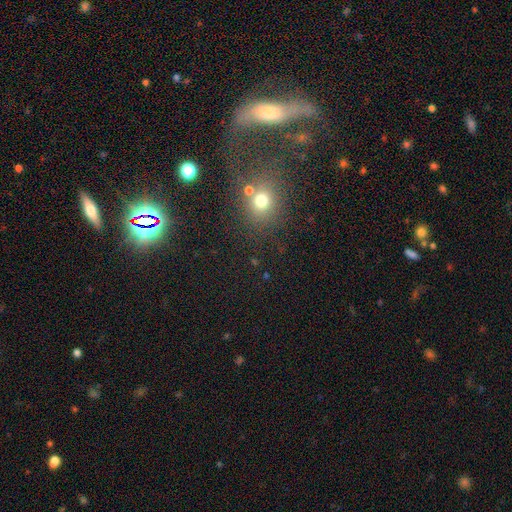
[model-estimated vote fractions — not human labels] This is marginally a smooth galaxy (43%). Merging: possibly none (49%).